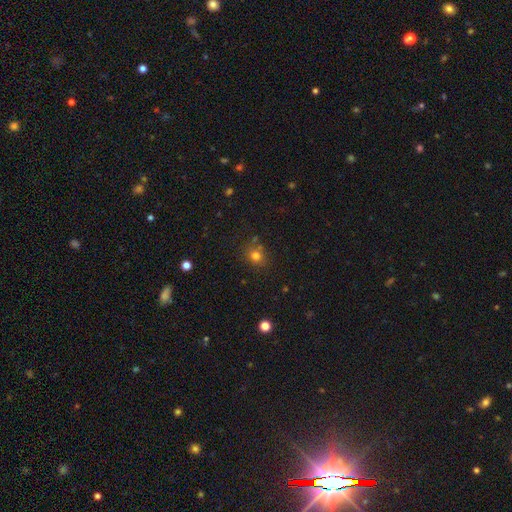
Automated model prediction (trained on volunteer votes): Smooth or featured?
  - smooth: 75% *
  - star or artifact: 17%
  - featured or disk: 8%
How rounded?
  - round: 78% *
  - in between: 21%
  - cigar-shaped: 1%
Merging?
  - none: 72% *
  - minor disturbance: 13%
  - merger: 10%
  - major disturbance: 4%